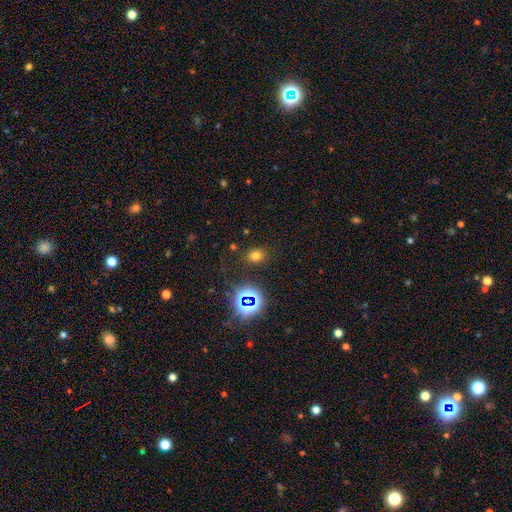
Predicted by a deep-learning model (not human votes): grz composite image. It shows a smooth galaxy with no disk features (67%) that is round (51%). Merging: none (83%).